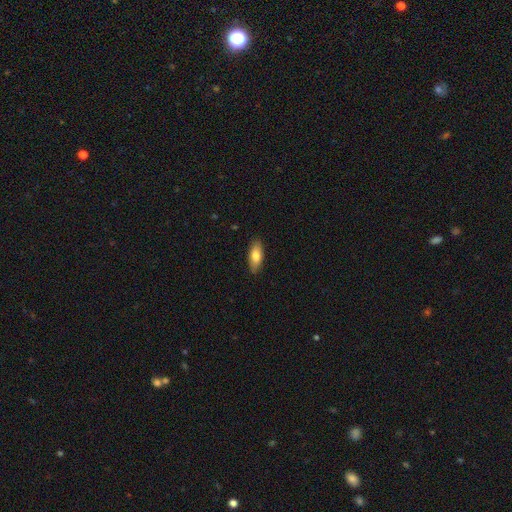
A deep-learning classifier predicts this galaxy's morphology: A smooth galaxy with no disk features (78%) that is in between round and cigar-shaped (80%). Merging: none (87%).